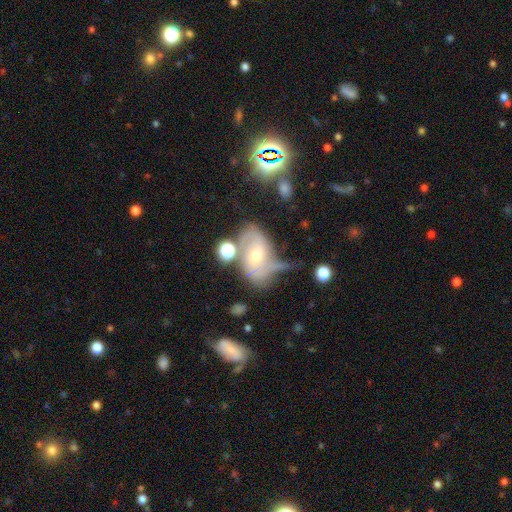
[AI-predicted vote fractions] Overall: featured or disk (66%). Edge-on disk: no (94%). Bar: no (52%; weak 35%). Spiral arms: yes (79%). Bulge size: moderate (52%; small 43%). Merging: none (37%; minor disturbance 25%).